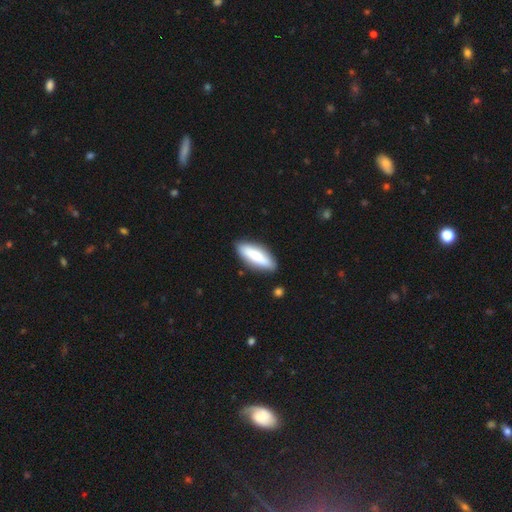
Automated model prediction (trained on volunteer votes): This is likely a smooth galaxy (78%). How rounded: possibly in between (52%). Merging: clearly none (85%).